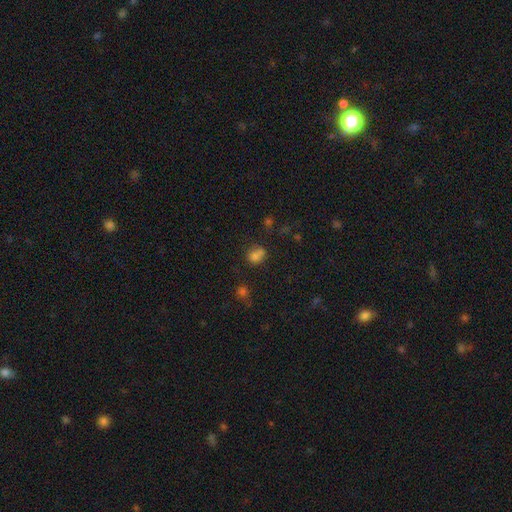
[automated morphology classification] A smooth galaxy with no disk features (72%) that is round (70%). Merging: merger (45%).